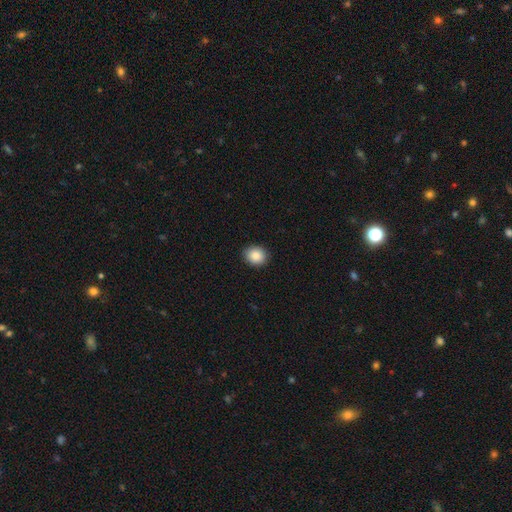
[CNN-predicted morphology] This appears to be a smooth galaxy with no disk features (87%) that is round (65%). Merging: none (91%).